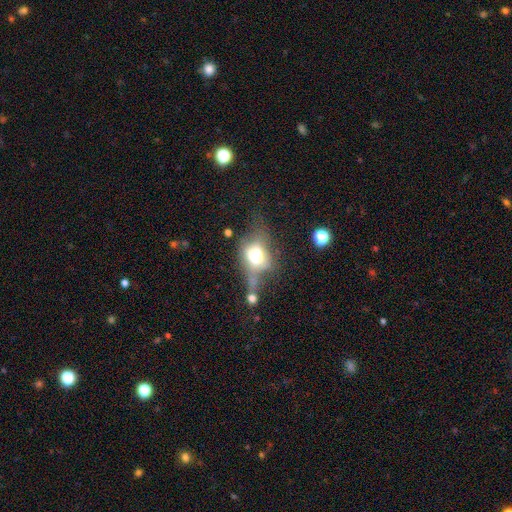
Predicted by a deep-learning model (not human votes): Overall: smooth (53%; featured or disk 35%). How rounded: in between (57%; round 39%). Merging: none (33%; major disturbance 29%).